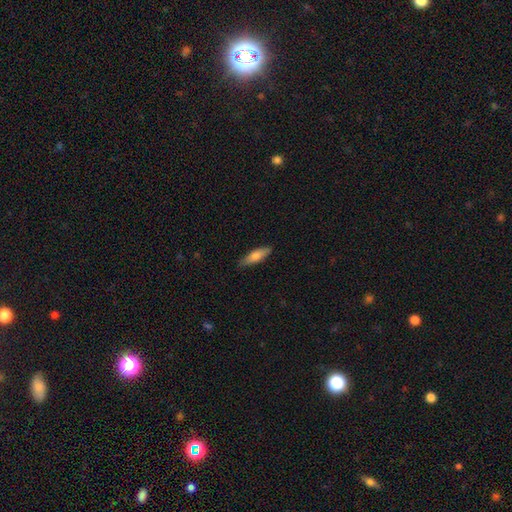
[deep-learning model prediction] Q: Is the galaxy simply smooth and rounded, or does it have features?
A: smooth — 73%.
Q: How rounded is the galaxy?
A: cigar-shaped — 59%.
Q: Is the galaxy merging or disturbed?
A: none — 86%.